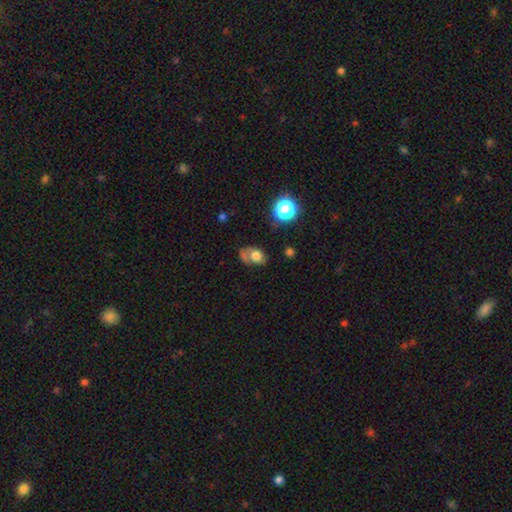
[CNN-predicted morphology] smooth-or-featured: smooth: 62% | featured or disk: 26% | star or artifact: 12%
  how-rounded: in between: 70% | round: 29% | cigar-shaped: 1%
  merging: none: 38% | minor disturbance: 26% | major disturbance: 23% | merger: 13%